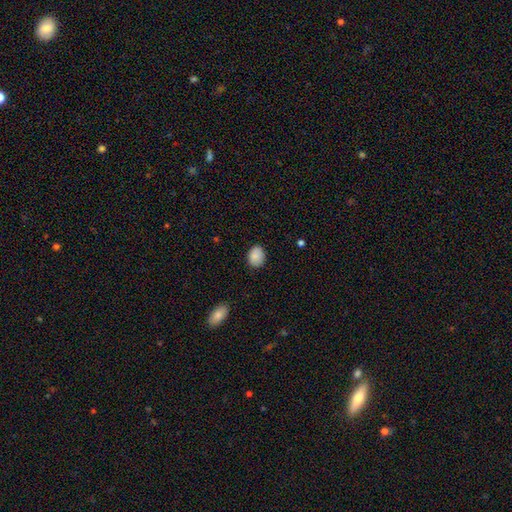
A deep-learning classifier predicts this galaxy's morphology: smooth_or_featured: smooth (p=0.87) [alt: star or artifact p=0.08]
how_rounded: in between (p=0.56) [alt: round p=0.43]
merging: none (p=0.83) [alt: minor disturbance p=0.13]